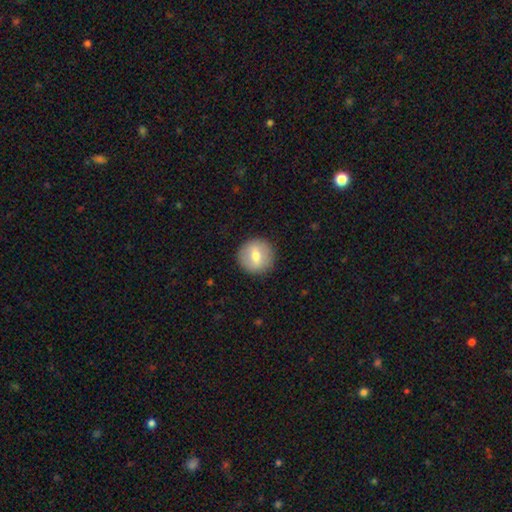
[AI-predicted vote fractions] A smooth galaxy with no disk features (62%) that is round (94%).

Vote fractions:
- Smooth or featured? smooth: 62% / featured or disk: 31% / star or artifact: 7%
- How rounded? round: 94% / in between: 5% / cigar-shaped: 1%
- Merging? none: 90% / minor disturbance: 7% / major disturbance: 2% / merger: 1%